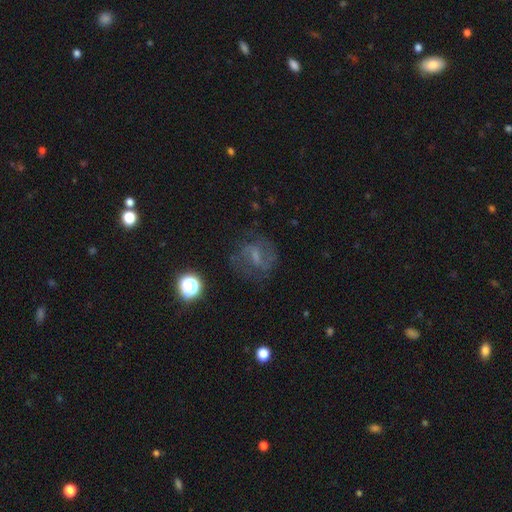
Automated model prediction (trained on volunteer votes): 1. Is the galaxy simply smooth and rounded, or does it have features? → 58% featured or disk, 25% smooth, 16% star or artifact.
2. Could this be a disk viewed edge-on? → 96% no, 4% yes.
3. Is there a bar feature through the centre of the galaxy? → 51% weak, 26% strong, 23% no.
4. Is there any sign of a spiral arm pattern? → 77% yes, 23% no.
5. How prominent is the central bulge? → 44% small, 29% none, 23% moderate, 3% large, 1% dominant.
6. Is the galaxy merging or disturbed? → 68% none, 17% minor disturbance, 13% major disturbance, 2% merger.